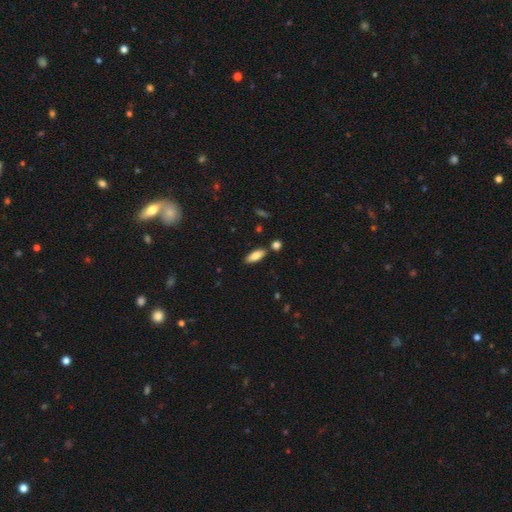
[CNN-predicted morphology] Smooth or featured?
  - smooth: 83% *
  - featured or disk: 10%
  - star or artifact: 7%
How rounded?
  - in between: 71% *
  - cigar-shaped: 27%
  - round: 2%
Merging?
  - none: 81% *
  - minor disturbance: 11%
  - merger: 6%
  - major disturbance: 2%